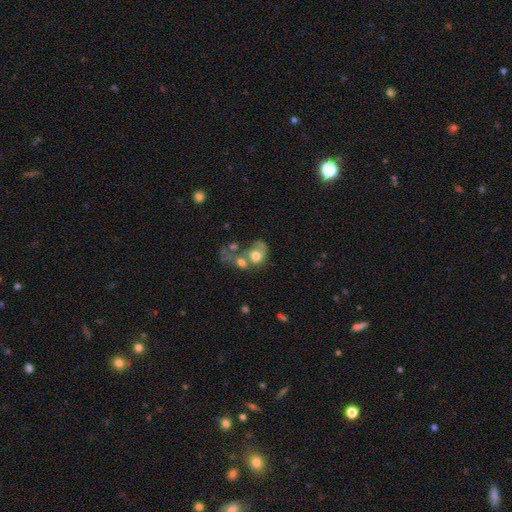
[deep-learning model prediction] Q: Smooth or featured?
A: smooth (55%); runner-up: featured or disk (35%)
Q: How rounded?
A: in between (51%); runner-up: round (48%)
Q: Merging?
A: merger (54%); runner-up: major disturbance (21%)